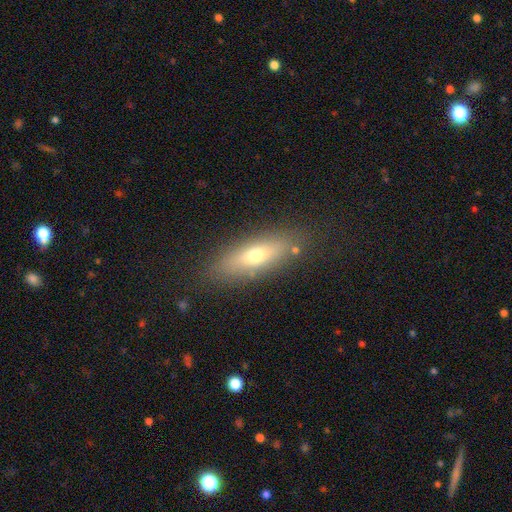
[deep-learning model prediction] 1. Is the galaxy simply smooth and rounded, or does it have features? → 60% smooth, 31% featured or disk, 9% star or artifact.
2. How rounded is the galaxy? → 51% in between, 46% cigar-shaped, 3% round.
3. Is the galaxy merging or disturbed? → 83% none, 11% minor disturbance, 4% major disturbance, 3% merger.